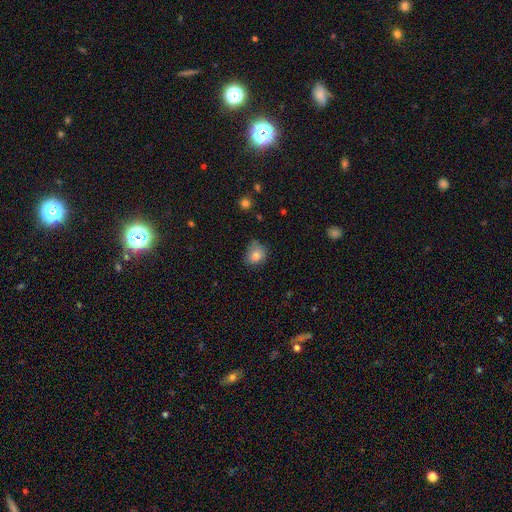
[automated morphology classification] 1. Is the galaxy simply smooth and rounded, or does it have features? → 80% smooth, 10% star or artifact, 10% featured or disk.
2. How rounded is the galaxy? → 53% round, 46% in between, 1% cigar-shaped.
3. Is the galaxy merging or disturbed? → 50% none, 36% minor disturbance, 12% major disturbance, 3% merger.